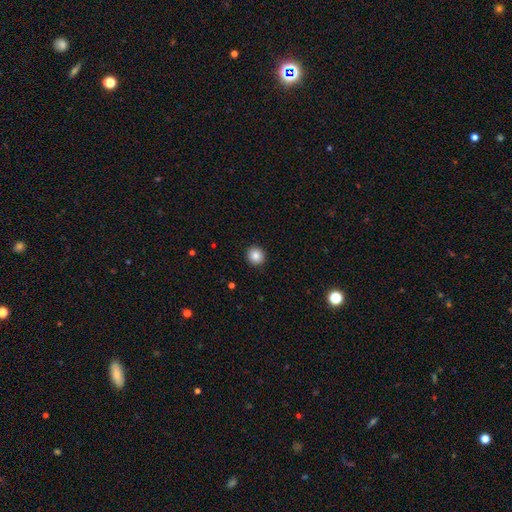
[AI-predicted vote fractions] A smooth galaxy with no disk features (86%) that is round (92%).

Vote fractions:
- Smooth or featured? smooth: 86% / star or artifact: 9% / featured or disk: 4%
- How rounded? round: 92% / in between: 7% / cigar-shaped: 1%
- Merging? none: 92% / minor disturbance: 5% / major disturbance: 2% / merger: 1%